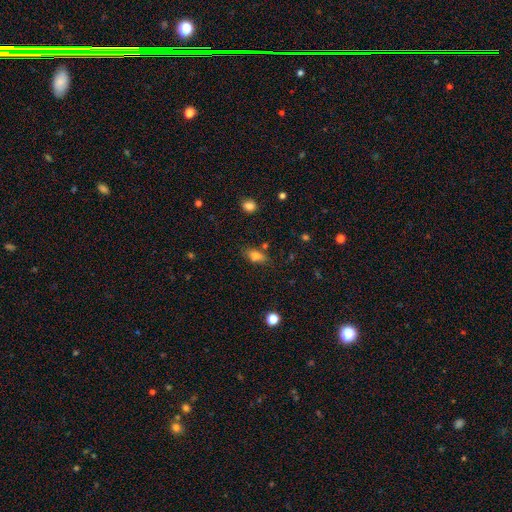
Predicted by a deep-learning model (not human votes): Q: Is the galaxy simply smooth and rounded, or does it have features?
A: smooth — 76%.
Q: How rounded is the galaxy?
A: in between — 81%.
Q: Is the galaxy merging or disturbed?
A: none — 72%.